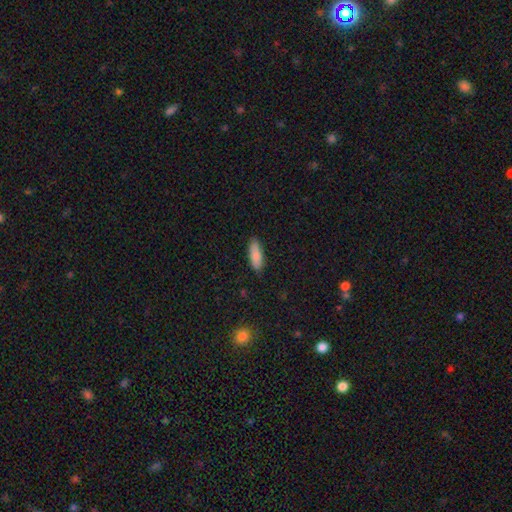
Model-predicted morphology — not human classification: Overall: smooth (86%). How rounded: in between (63%; cigar-shaped 35%). Merging: none (87%).